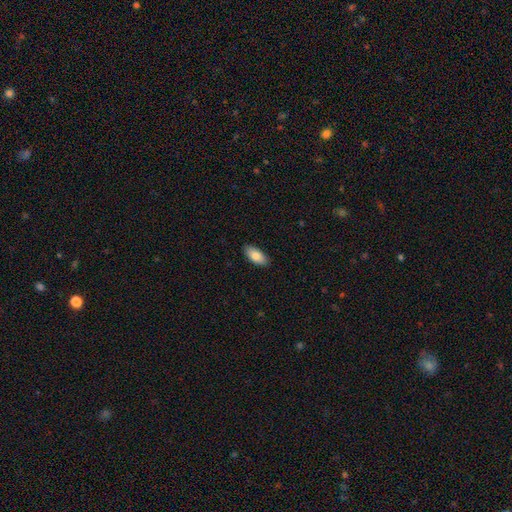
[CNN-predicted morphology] A smooth galaxy with no disk features (83%) that is in between round and cigar-shaped (91%). Merging: none (89%).